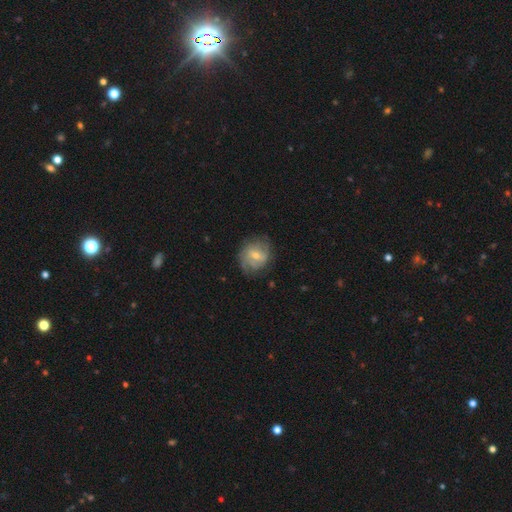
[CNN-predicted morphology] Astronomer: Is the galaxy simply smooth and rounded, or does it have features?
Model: featured or disk — 60%.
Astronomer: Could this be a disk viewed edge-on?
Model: no — 97%.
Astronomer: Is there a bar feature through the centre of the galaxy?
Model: weak — 47% (runner-up: no, 41%).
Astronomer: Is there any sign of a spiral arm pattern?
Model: yes — 79%.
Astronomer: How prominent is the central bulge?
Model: small — 53% (runner-up: moderate, 43%).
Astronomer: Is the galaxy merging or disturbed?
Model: none — 70%.